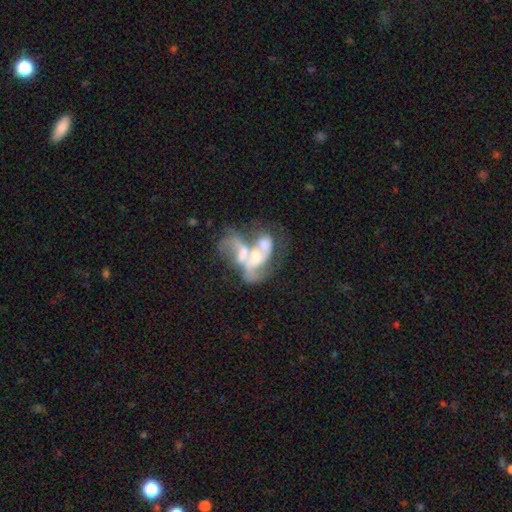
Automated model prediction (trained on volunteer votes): Morphology: type=featured or disk (69%); edge-on=no (97%); bar=no (70%); spiral arms=yes (60%); bulge=moderate (57%); merging=merger (76%).